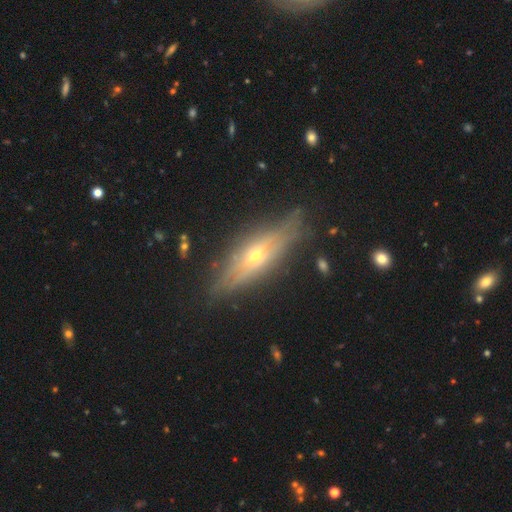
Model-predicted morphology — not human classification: Overall: featured or disk (71%). Edge-on disk: yes (86%). Edge-on bulge: rounded (87%). Merging: none (80%).